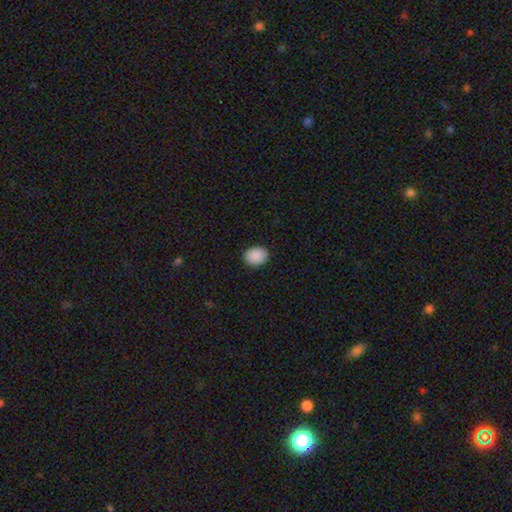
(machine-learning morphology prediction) This appears to be a smooth galaxy with no disk features (90%) that is round (51%). Merging: none (90%).